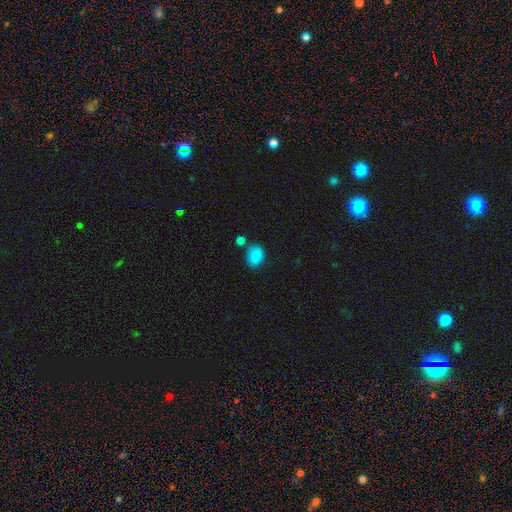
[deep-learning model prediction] Overall: smooth (87%). How rounded: in between (65%; round 34%). Merging: none (69%).